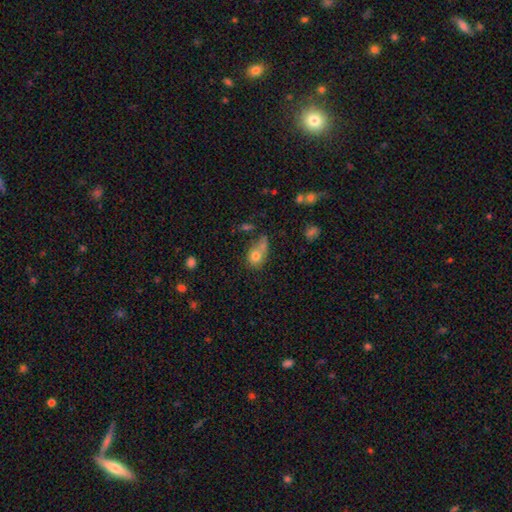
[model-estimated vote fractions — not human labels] Smooth or featured? smooth (76%)
How rounded? round (58%)
Merging? merger (35%)